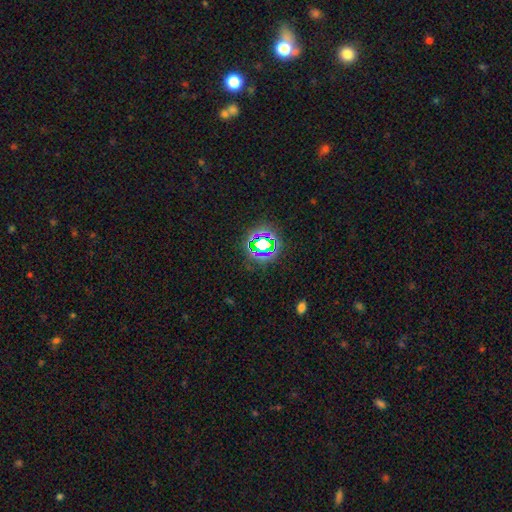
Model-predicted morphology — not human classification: A star or artifact, not a galaxy (75%).